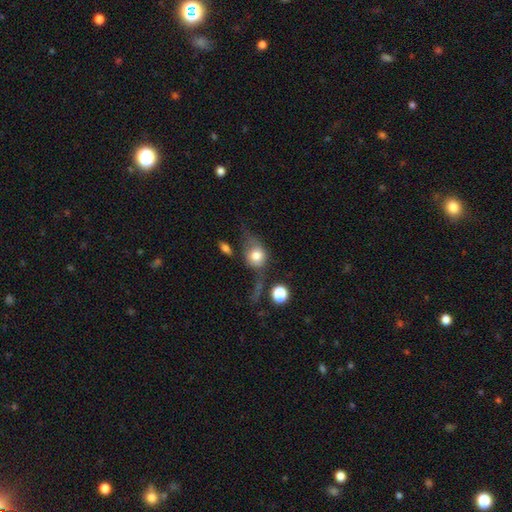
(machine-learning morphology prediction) This is likely a smooth galaxy (62%). How rounded: possibly round (56%). Merging: marginally none (35%).